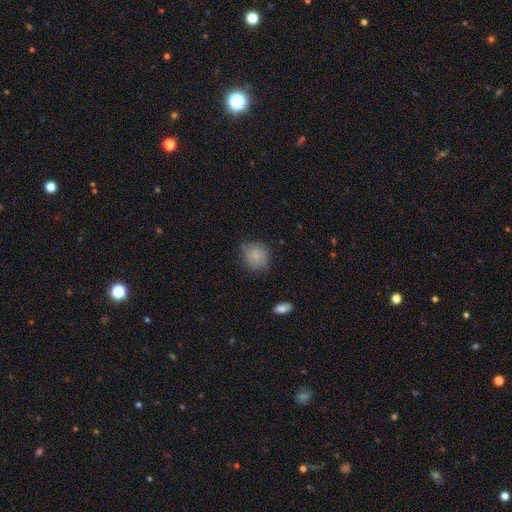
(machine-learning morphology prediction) Smooth or featured? smooth (80%)
How rounded? round (85%)
Merging? none (67%)